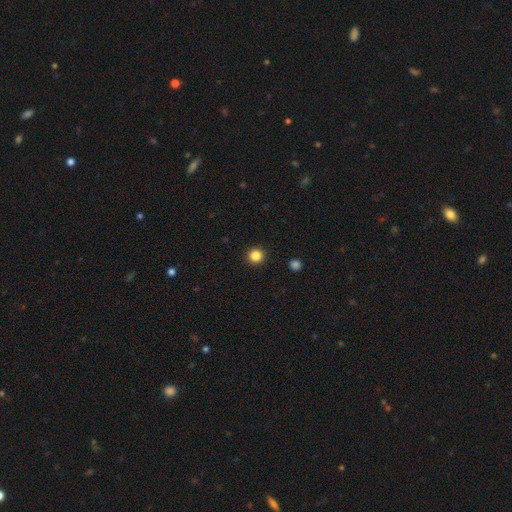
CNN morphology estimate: Smooth or featured? Predicted: smooth (p=0.85). How rounded? Predicted: round (p=0.96). Merging? Predicted: none (p=0.93).